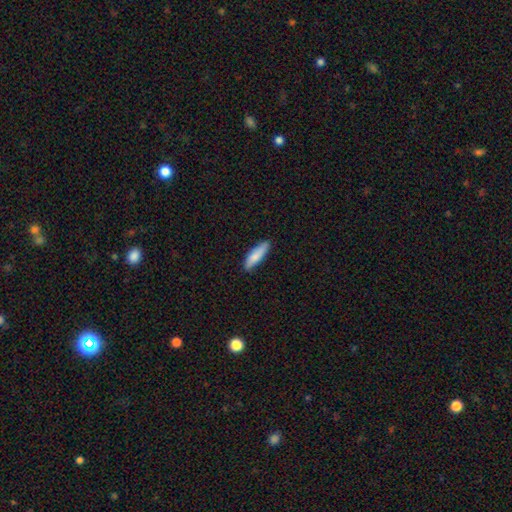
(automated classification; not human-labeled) Smooth or featured? Predicted: smooth (p=0.81). How rounded? Predicted: cigar-shaped (p=0.60). Merging? Predicted: none (p=0.84).